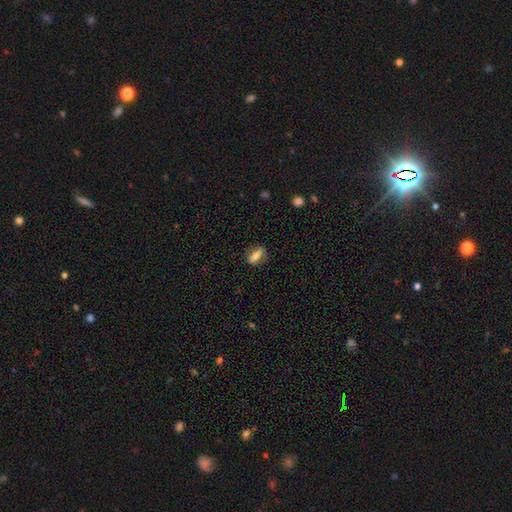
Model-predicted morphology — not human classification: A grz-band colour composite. It shows a smooth galaxy with no disk features (67%) that is in between round and cigar-shaped (70%). Merging: none (82%).